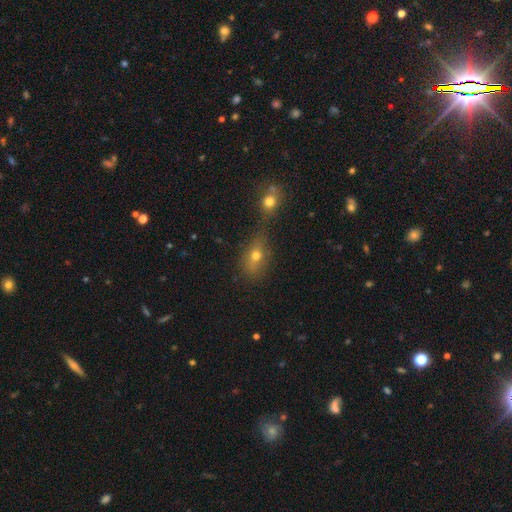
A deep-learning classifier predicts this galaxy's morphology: Smooth or featured?
  - smooth: 63% *
  - star or artifact: 21%
  - featured or disk: 16%
How rounded?
  - in between: 64% *
  - round: 31%
  - cigar-shaped: 5%
Merging?
  - merger: 42% *
  - none: 40%
  - minor disturbance: 11%
  - major disturbance: 6%